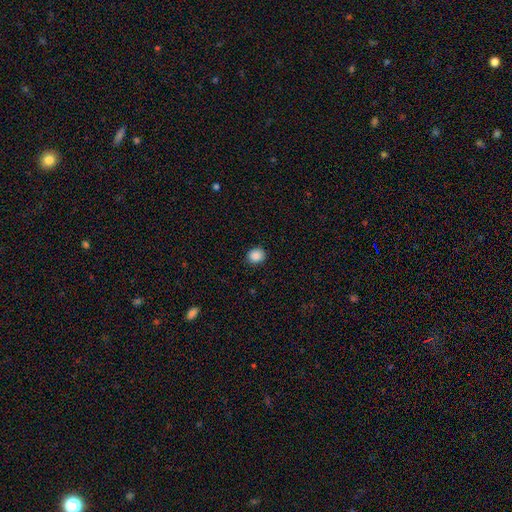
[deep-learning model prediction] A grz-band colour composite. It shows a smooth galaxy with no disk features (88%) that is round (77%). Merging: none (89%).